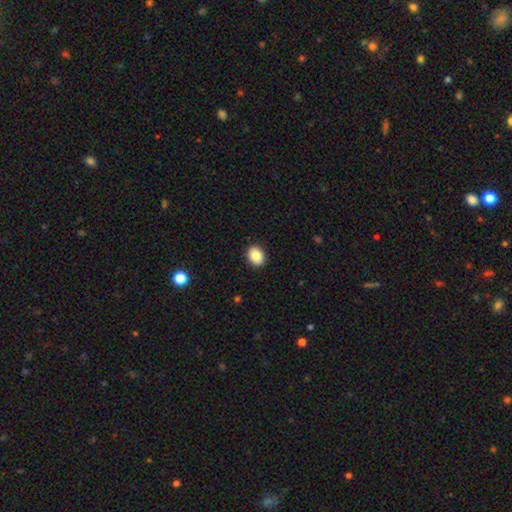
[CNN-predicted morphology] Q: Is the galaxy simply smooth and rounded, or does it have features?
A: smooth — 87%.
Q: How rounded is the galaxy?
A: in between — 56%.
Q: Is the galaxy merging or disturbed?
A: none — 91%.